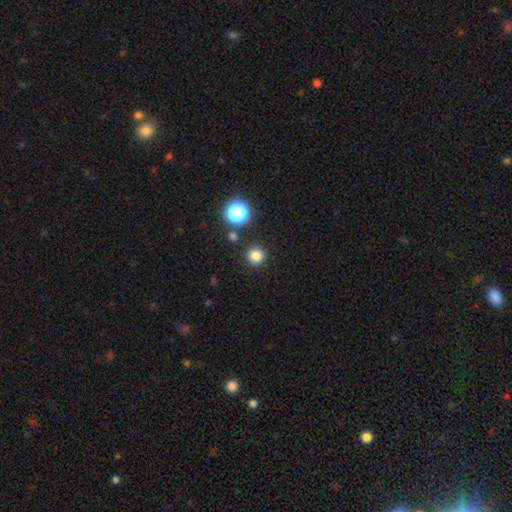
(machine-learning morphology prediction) type=smooth (80%); roundness=round (96%); merging=none (90%).